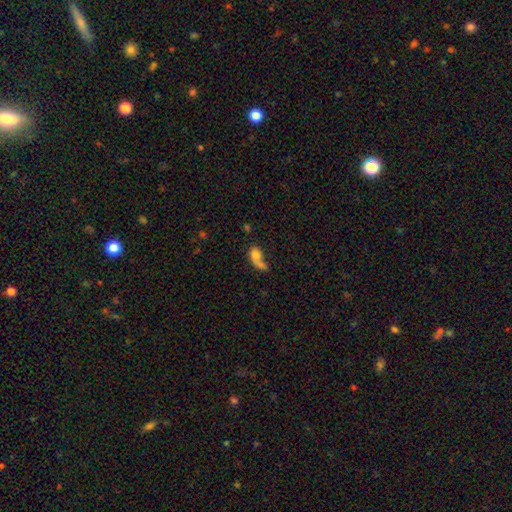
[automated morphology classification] smooth 69%, featured or disk 21%, star or artifact 10%. Down the decision tree: how rounded — in between (68%); merging — merger (47%).